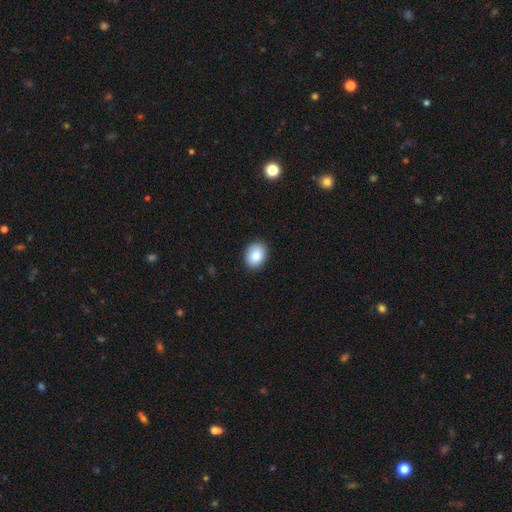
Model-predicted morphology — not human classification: type=smooth (86%); roundness=in between (57%); merging=none (89%).